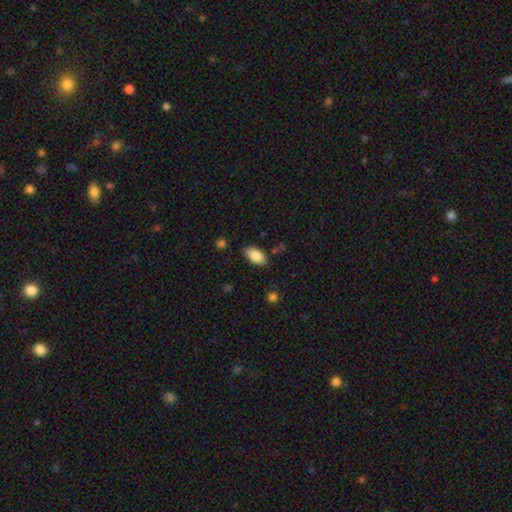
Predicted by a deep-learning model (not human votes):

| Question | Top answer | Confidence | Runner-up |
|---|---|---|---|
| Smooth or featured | smooth | 85% | featured or disk (8%) |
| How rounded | in between | 93% | round (4%) |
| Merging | none | 81% | minor disturbance (14%) |